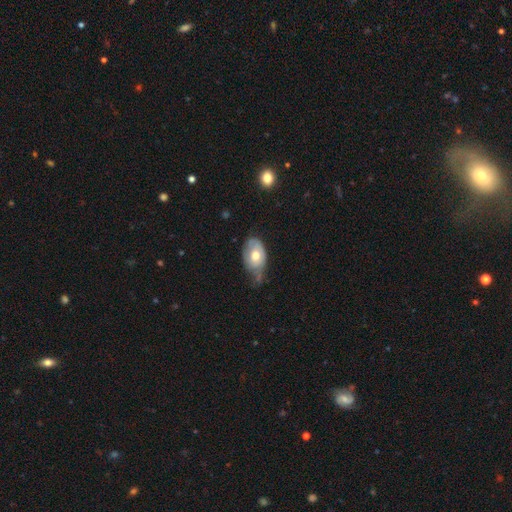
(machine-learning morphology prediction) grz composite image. It shows a smooth galaxy with no disk features (62%) that is in between round and cigar-shaped (86%). Merging: minor disturbance (45%).